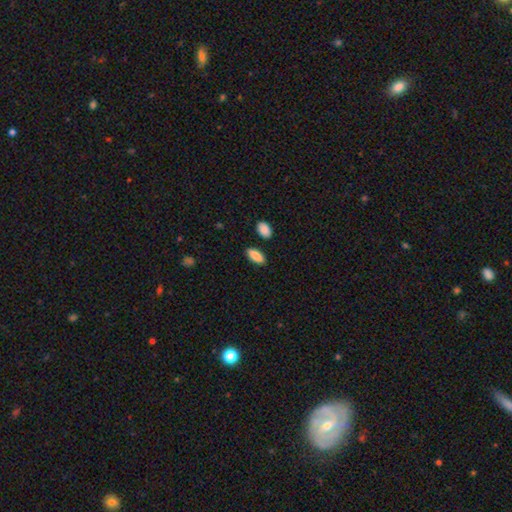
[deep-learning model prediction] Smooth or featured: smooth — 89% (star or artifact — 6%)
How rounded: in between — 87% (cigar-shaped — 11%)
Merging: none — 86% (minor disturbance — 8%)